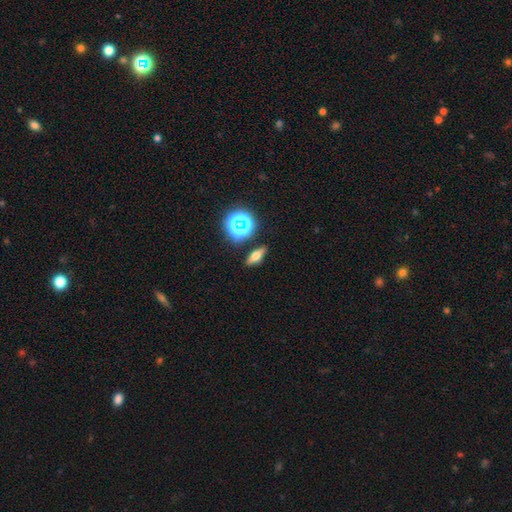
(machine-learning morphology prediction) A smooth galaxy with no disk features (49%).

Vote fractions:
- Smooth or featured? smooth: 49% / featured or disk: 33% / star or artifact: 18%
- Merging? none: 87% / minor disturbance: 9% / major disturbance: 3% / merger: 2%